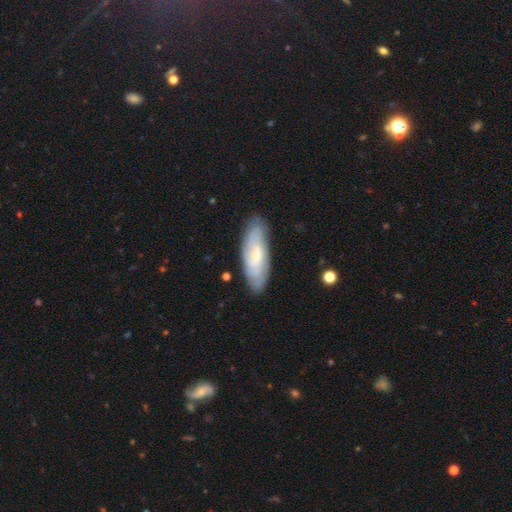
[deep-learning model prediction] Smooth or featured? featured or disk (62%)
Edge-on disk? no (84%)
Bar? no (57%)
Spiral arms? yes (86%)
Bulge size? small (64%)
Merging? none (82%)